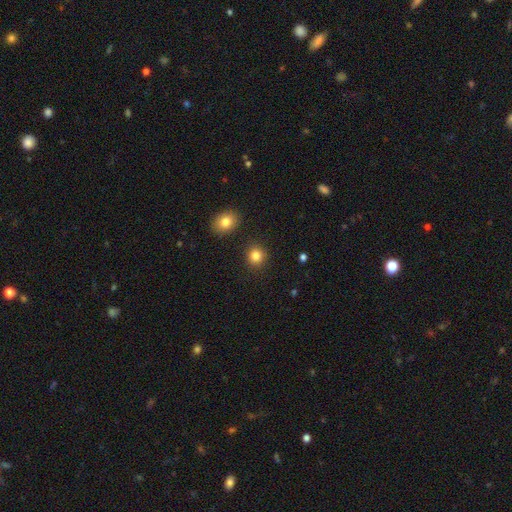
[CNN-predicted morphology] smooth-or-featured: smooth: 84% | star or artifact: 11% | featured or disk: 5%
  how-rounded: round: 86% | in between: 13% | cigar-shaped: 1%
  merging: none: 90% | minor disturbance: 6% | merger: 2% | major disturbance: 2%